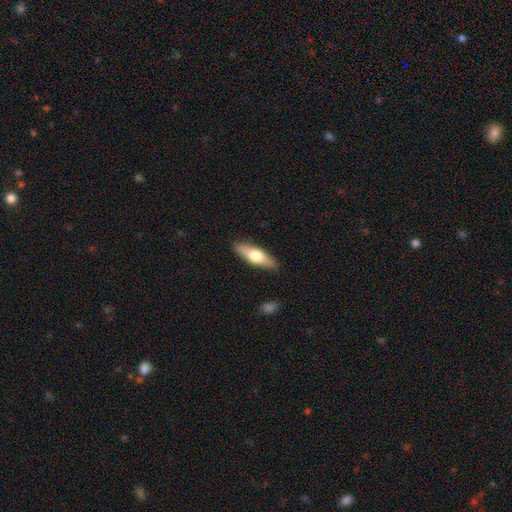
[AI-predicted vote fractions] The model was most divided on "how rounded" (2-way tie): cigar-shaped: 49%, in between: 49%, round: 2%. More confident: merging — none (89%); smooth or featured — smooth (58%).